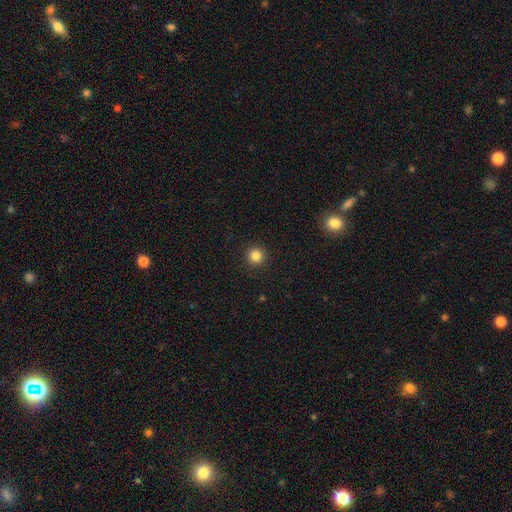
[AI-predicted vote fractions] smooth-or-featured: smooth: 84% | star or artifact: 12% | featured or disk: 4%
  how-rounded: round: 95% | in between: 4% | cigar-shaped: 1%
  merging: none: 92% | minor disturbance: 5% | major disturbance: 2% | merger: 1%